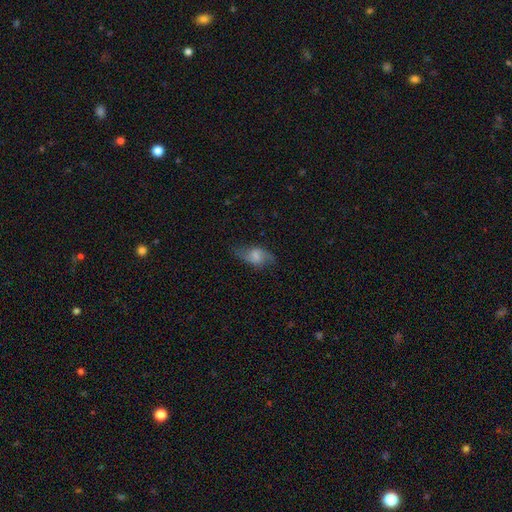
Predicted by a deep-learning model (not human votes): This appears to be a smooth galaxy with no disk features (47%). Merging: none (62%).